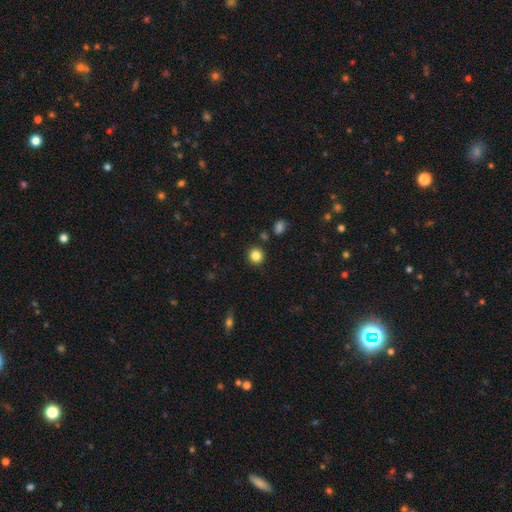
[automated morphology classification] Smooth or featured? smooth (84%)
How rounded? round (91%)
Merging? none (90%)